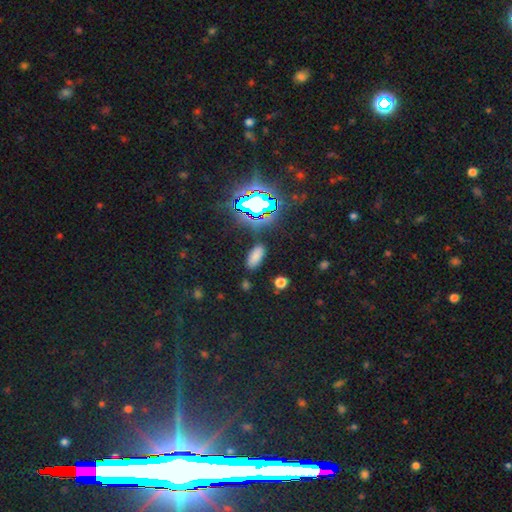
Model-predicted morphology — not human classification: This appears to be a smooth galaxy with no disk features (72%) that is in between round and cigar-shaped (86%). Merging: none (86%).